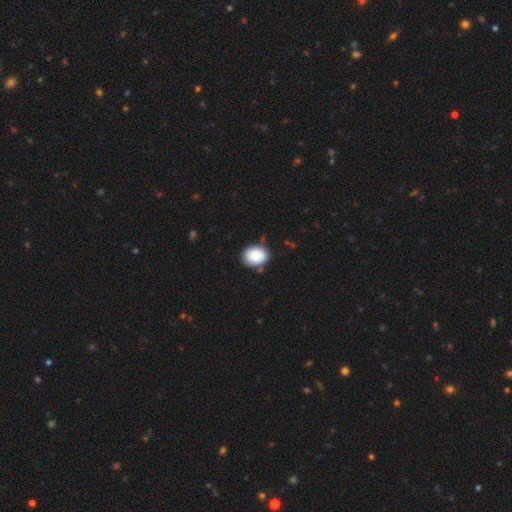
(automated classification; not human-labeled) The model was most divided on "how rounded": in between: 53%, round: 47%, cigar-shaped: 1%. More confident: smooth or featured — smooth (87%); merging — none (81%).